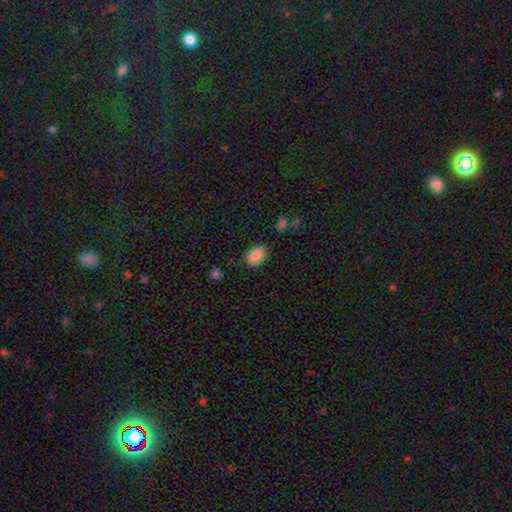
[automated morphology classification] This is clearly a smooth galaxy (88%). How rounded: clearly in between (84%). Merging: likely none (78%).